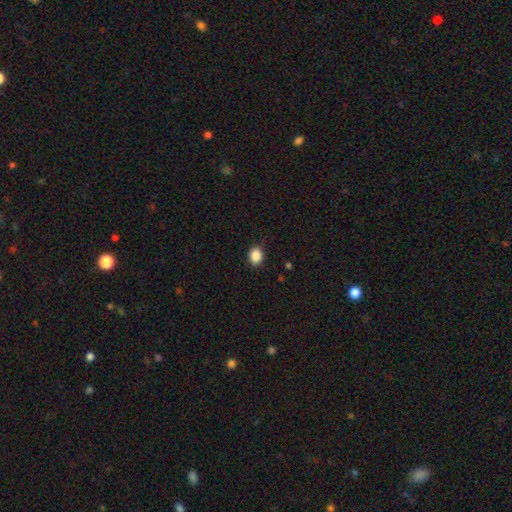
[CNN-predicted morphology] Overall: smooth (88%). How rounded: in between (50%; round 49%). Merging: none (86%).